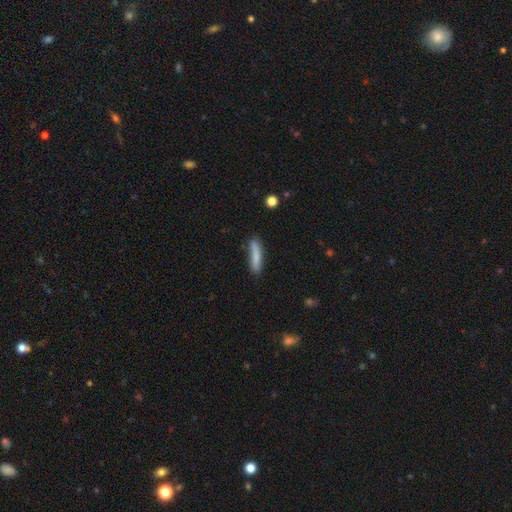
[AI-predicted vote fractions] The model was most divided on "merging": none: 73%, minor disturbance: 20%, major disturbance: 4%, merger: 3%. More confident: how rounded — cigar-shaped (82%); smooth or featured — smooth (79%).